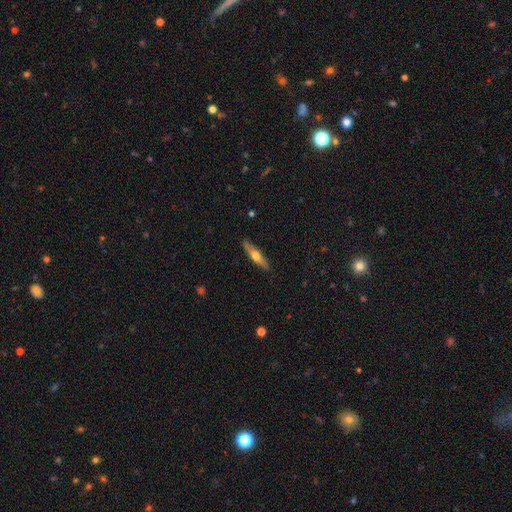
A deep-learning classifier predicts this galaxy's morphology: type=featured or disk (54%); edge-on=yes (91%); merging=none (89%).